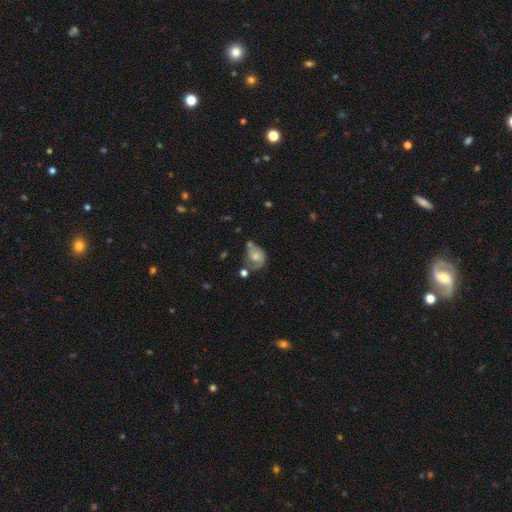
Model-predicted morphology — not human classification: The model was most divided on "merging": none: 30%, minor disturbance: 28%, major disturbance: 24%, merger: 18%. Remaining: smooth or featured — featured or disk (47%).